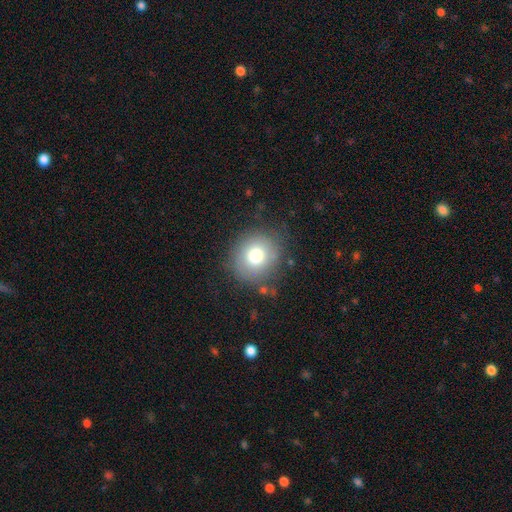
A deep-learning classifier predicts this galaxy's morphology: The model was most divided on "smooth or featured": smooth: 75%, featured or disk: 14%, star or artifact: 11%. More confident: how rounded — round (86%); merging — none (79%).